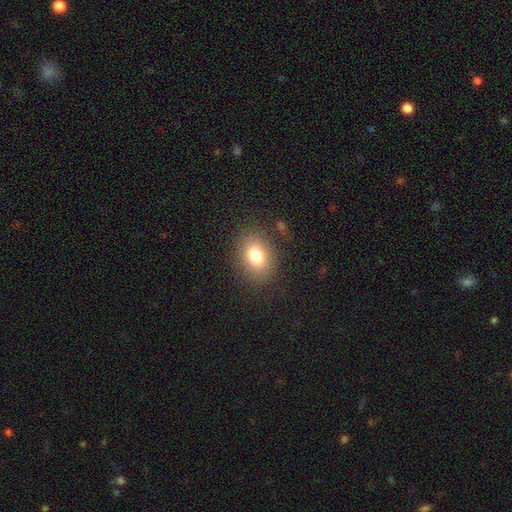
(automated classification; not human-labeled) Morphology: type=smooth (79%); roundness=in between (67%); merging=none (83%).